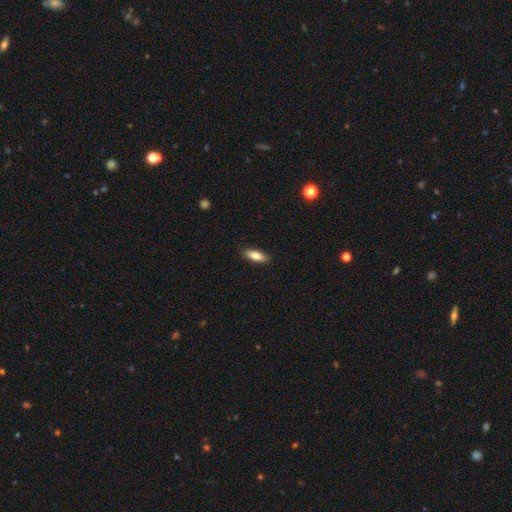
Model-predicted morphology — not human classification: smooth-or-featured: smooth: 77% | featured or disk: 17% | star or artifact: 6%
  how-rounded: in between: 67% | cigar-shaped: 31% | round: 2%
  merging: none: 89% | minor disturbance: 8% | major disturbance: 2% | merger: 1%